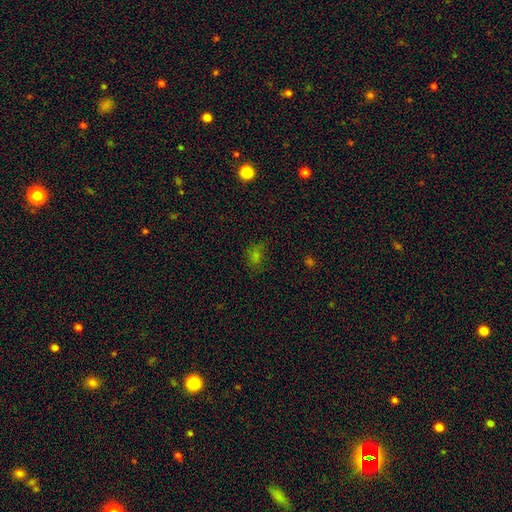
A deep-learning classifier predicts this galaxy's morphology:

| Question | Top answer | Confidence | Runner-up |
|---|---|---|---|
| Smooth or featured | smooth | 53% | star or artifact (35%) |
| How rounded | in between | 58% | round (39%) |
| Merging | none | 63% | minor disturbance (21%) |